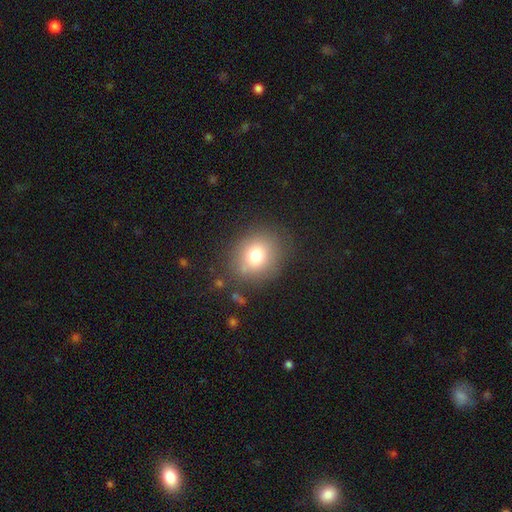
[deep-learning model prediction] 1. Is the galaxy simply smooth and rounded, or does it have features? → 76% smooth, 12% star or artifact, 12% featured or disk.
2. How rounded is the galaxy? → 71% round, 28% in between, 1% cigar-shaped.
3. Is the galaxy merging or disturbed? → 78% none, 13% minor disturbance, 6% major disturbance, 3% merger.